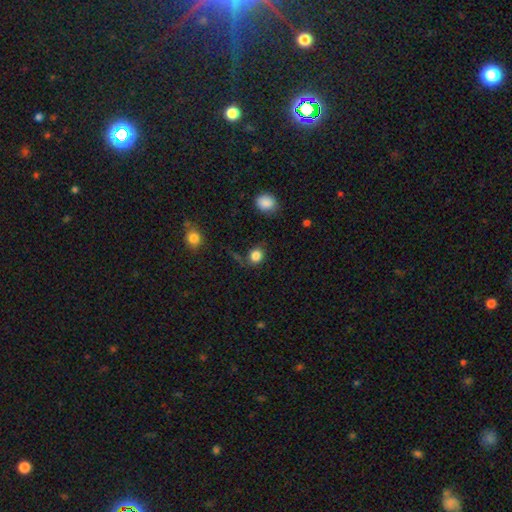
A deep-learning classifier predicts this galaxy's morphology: smooth_or_featured: smooth (p=0.84) [alt: star or artifact p=0.11]
how_rounded: round (p=0.76) [alt: in between p=0.23]
merging: none (p=0.71) [alt: minor disturbance p=0.17]